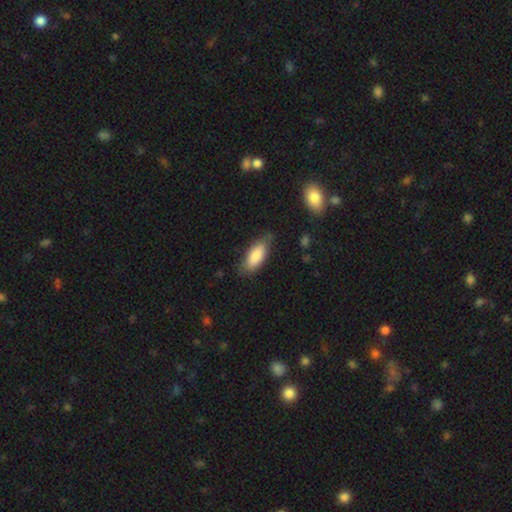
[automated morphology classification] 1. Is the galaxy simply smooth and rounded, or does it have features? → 85% smooth, 9% featured or disk, 6% star or artifact.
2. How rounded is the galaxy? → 79% in between, 19% cigar-shaped, 2% round.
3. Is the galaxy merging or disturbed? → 75% none, 19% minor disturbance, 4% major disturbance, 2% merger.